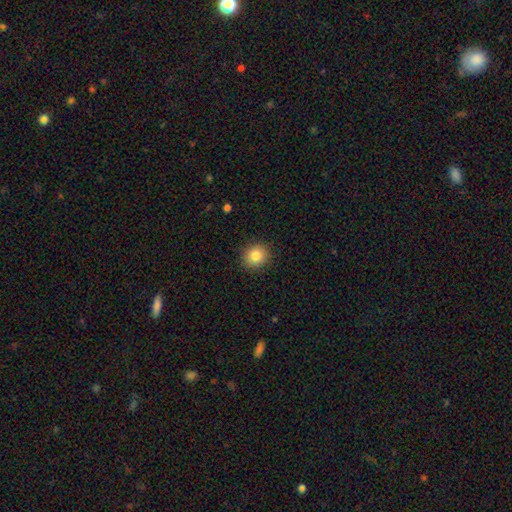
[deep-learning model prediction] smooth_or_featured: smooth (p=0.83) [alt: star or artifact p=0.10]
how_rounded: round (p=0.86) [alt: in between p=0.13]
merging: none (p=0.90) [alt: minor disturbance p=0.07]